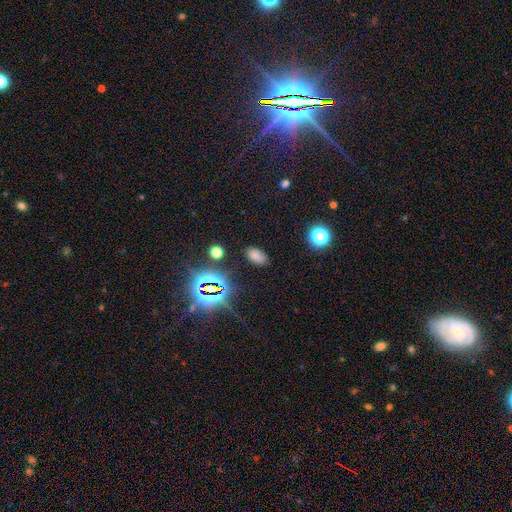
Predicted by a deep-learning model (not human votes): Q: Smooth or featured?
A: smooth (68%); runner-up: star or artifact (25%)
Q: How rounded?
A: in between (92%); runner-up: round (6%)
Q: Merging?
A: none (82%); runner-up: minor disturbance (12%)